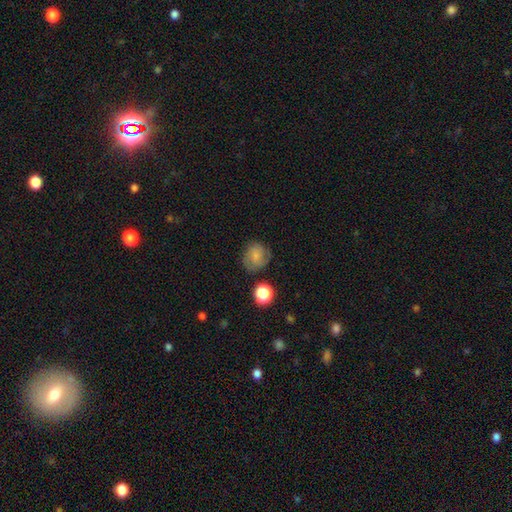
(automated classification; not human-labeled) A smooth galaxy with no disk features (51%) that is round (79%).

Vote fractions:
- Smooth or featured? smooth: 51% / featured or disk: 38% / star or artifact: 12%
- How rounded? round: 79% / in between: 20% / cigar-shaped: 1%
- Merging? none: 71% / minor disturbance: 18% / major disturbance: 7% / merger: 3%